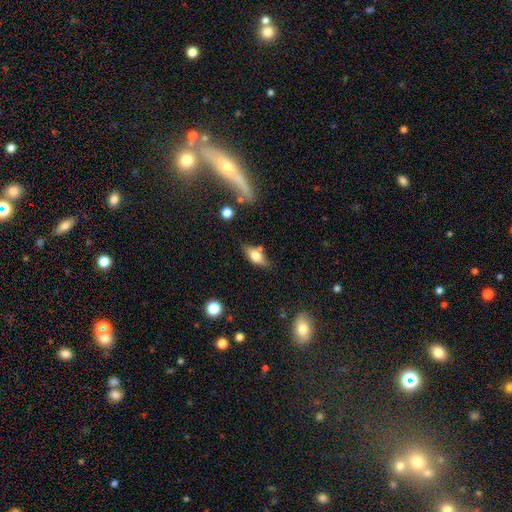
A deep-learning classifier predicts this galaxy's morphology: This appears to be a smooth galaxy with no disk features (62%) that is in between round and cigar-shaped (73%). Merging: none (70%).